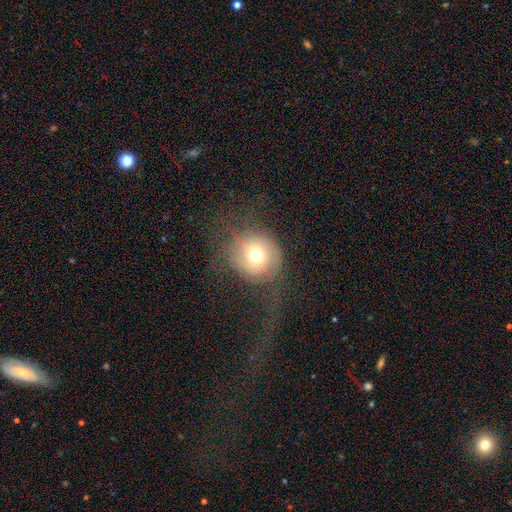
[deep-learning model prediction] smooth-or-featured: smooth: 64% | featured or disk: 23% | star or artifact: 13%
  how-rounded: round: 87% | in between: 12% | cigar-shaped: 1%
  merging: none: 56% | major disturbance: 25% | minor disturbance: 18% | merger: 1%